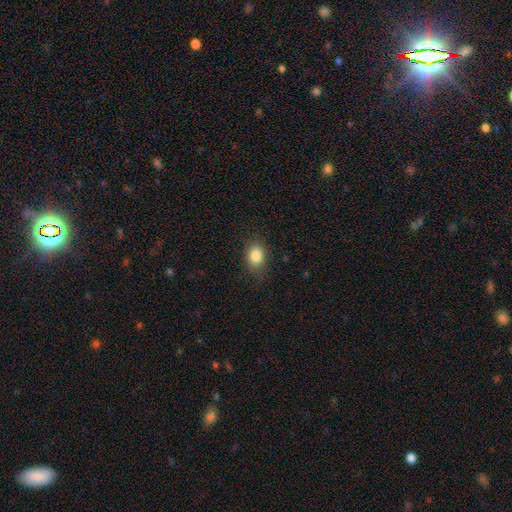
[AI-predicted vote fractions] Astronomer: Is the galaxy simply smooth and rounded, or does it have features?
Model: smooth — 85%.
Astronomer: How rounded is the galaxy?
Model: in between — 72%.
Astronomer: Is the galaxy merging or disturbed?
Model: none — 81%.